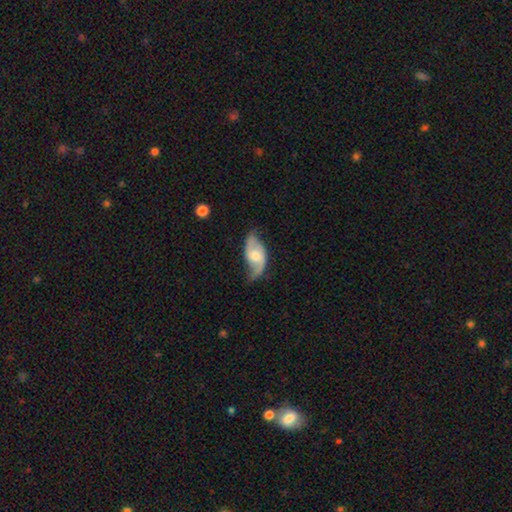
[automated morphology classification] A featured or disk galaxy (74%) with no bar (59%), 2 (83%) loose (50%) spiral arms (91%) and a moderate central bulge (60%).

Vote fractions:
- Smooth or featured? featured or disk: 74% / smooth: 21% / star or artifact: 5%
- Edge-on disk? no: 95% / yes: 5%
- Bar? no: 59% / weak: 34% / strong: 6%
- Spiral arms? yes: 91% / no: 9%
- Spiral winding? loose: 50% / medium: 37% / tight: 13%
- Spiral arm count? 2: 83% / 1: 8% / can't tell: 6% / 3: 1% / 4: 1% / more than 4: 1%
- Bulge size? moderate: 60% / small: 27% / large: 8% / none: 4% / dominant: 1%
- Merging? none: 58% / minor disturbance: 29% / major disturbance: 12% / merger: 2%